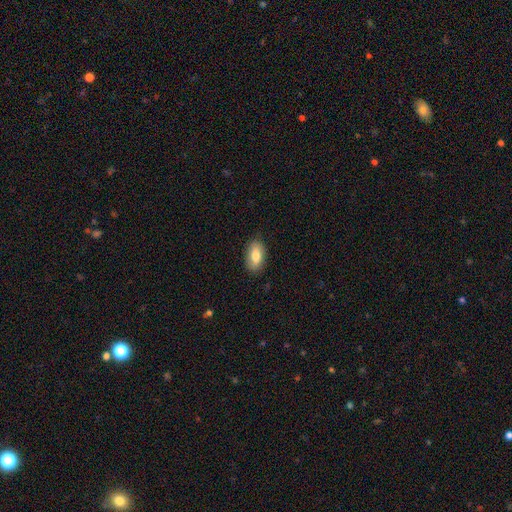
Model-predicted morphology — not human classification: type=smooth (78%); roundness=in between (91%); merging=none (85%).